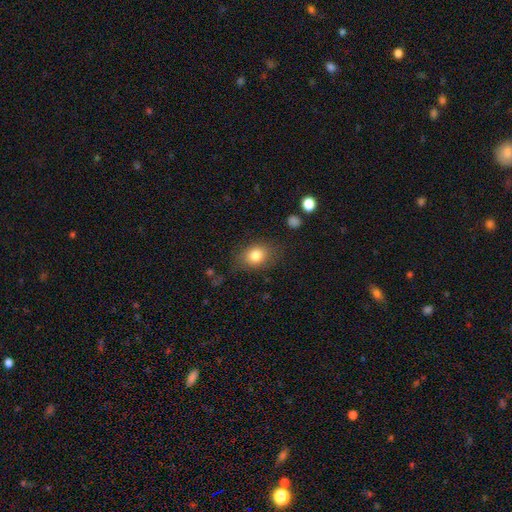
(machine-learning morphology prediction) Smooth or featured: smooth — 82% (star or artifact — 9%)
How rounded: in between — 58% (round — 40%)
Merging: none — 75% (minor disturbance — 16%)